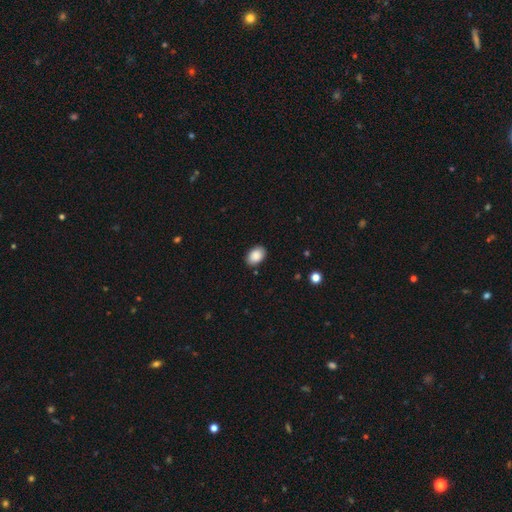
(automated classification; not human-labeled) smooth 89%, star or artifact 7%, featured or disk 4%. Down the decision tree: how rounded — in between (84%); merging — none (88%).